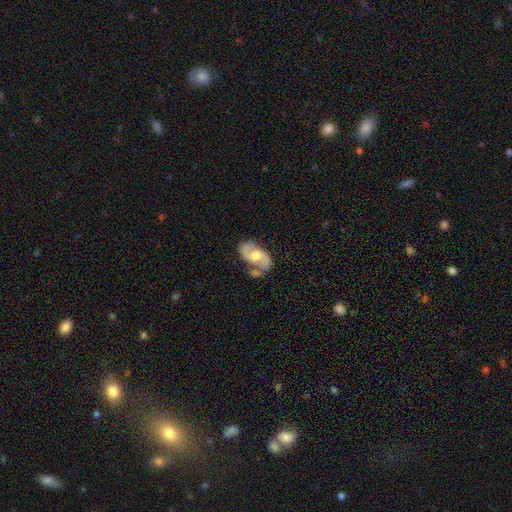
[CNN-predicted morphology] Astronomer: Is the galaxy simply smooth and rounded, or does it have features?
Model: featured or disk — 76%.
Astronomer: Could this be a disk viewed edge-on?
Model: no — 96%.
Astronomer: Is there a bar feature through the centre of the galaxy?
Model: no — 54% (runner-up: weak, 37%).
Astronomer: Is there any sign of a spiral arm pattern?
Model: yes — 90%.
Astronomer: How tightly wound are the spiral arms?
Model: medium — 47% (runner-up: loose, 36%).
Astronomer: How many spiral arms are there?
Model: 2 — 89%.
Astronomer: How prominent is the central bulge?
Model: moderate — 69%.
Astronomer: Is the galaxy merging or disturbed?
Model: none — 55%.